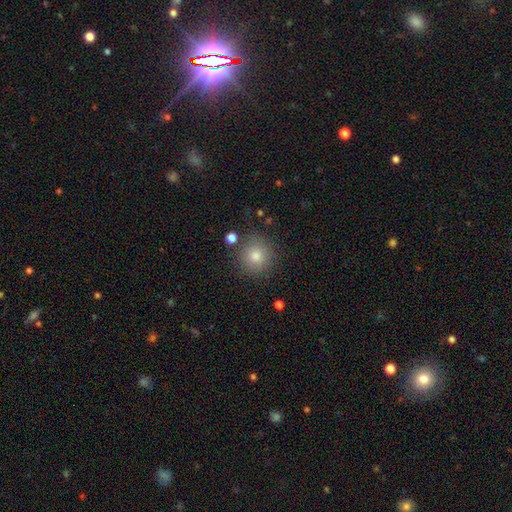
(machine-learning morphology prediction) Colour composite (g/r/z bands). It shows a smooth galaxy with no disk features (78%) that is round (93%). Merging: none (86%).